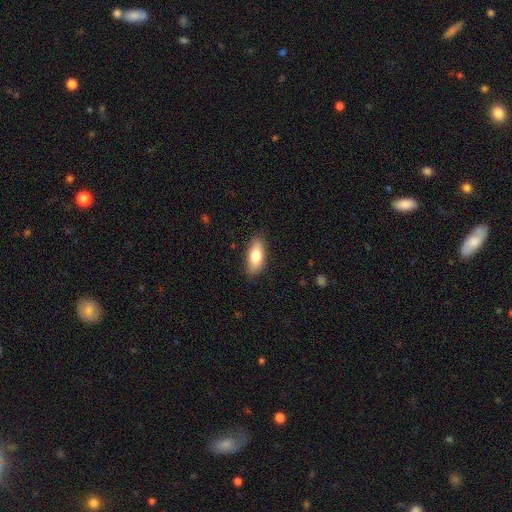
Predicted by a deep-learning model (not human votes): smooth_or_featured: smooth (p=0.78) [alt: featured or disk p=0.16]
how_rounded: in between (p=0.79) [alt: cigar-shaped p=0.18]
merging: none (p=0.84) [alt: minor disturbance p=0.12]